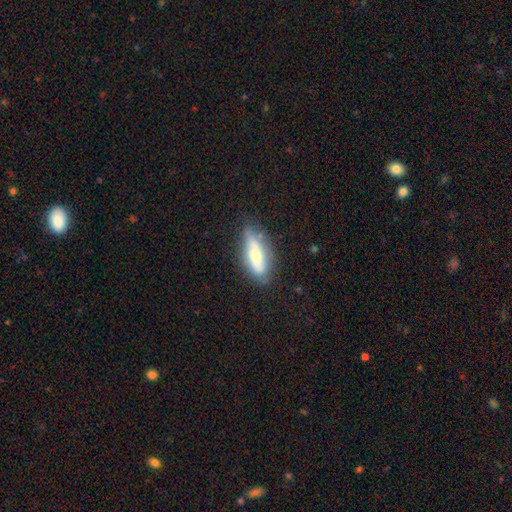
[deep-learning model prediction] This appears to be a smooth galaxy with no disk features (54%) that is in between round and cigar-shaped (53%). Merging: none (63%).